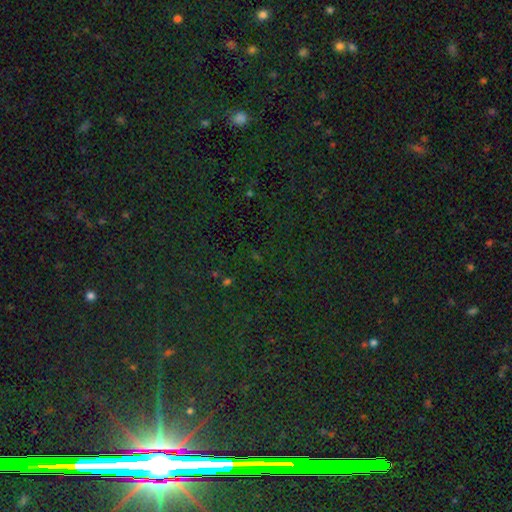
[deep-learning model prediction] The model was most divided on "smooth or featured": star or artifact: 83%, smooth: 10%, featured or disk: 7%.